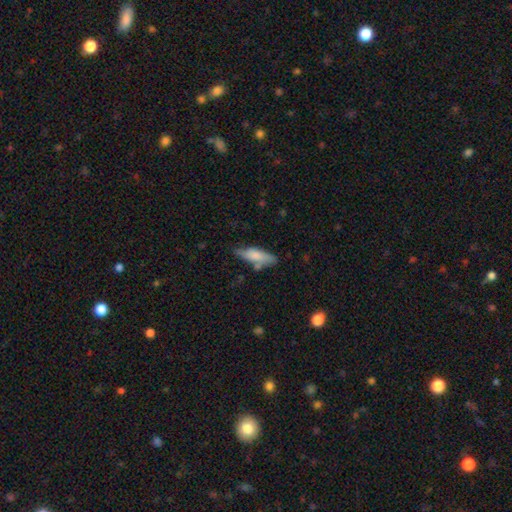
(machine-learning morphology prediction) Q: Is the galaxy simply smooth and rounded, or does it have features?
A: smooth — 74%.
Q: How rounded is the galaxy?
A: cigar-shaped — 52%.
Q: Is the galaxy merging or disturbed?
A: none — 60%.